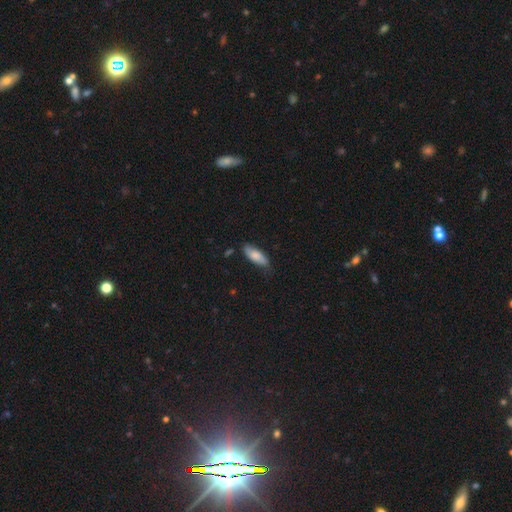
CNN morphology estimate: This appears to be a smooth galaxy with no disk features (79%) that is in between round and cigar-shaped (69%). Merging: none (75%).